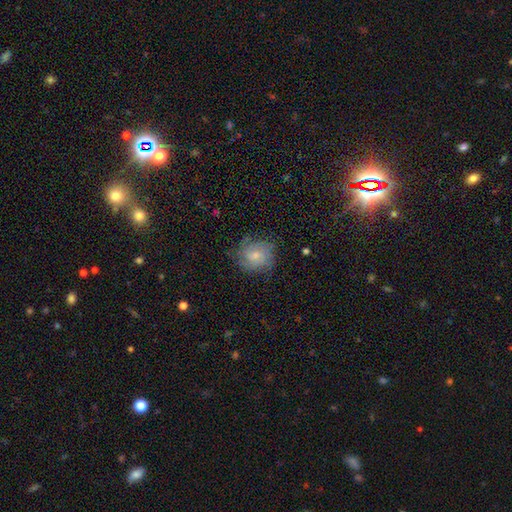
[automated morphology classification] Smooth or featured? Predicted: smooth (p=0.53). How rounded? Predicted: round (p=0.78). Merging? Predicted: none (p=0.69).